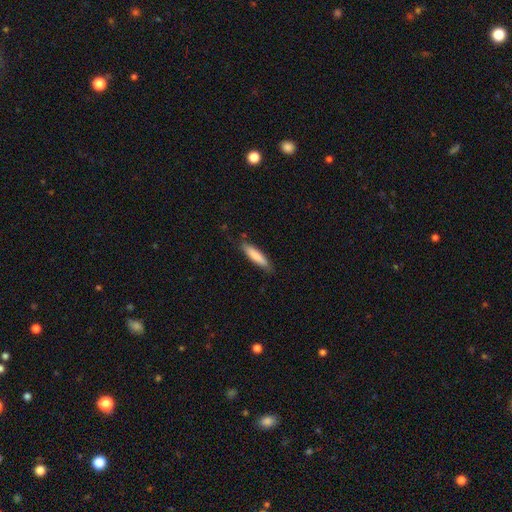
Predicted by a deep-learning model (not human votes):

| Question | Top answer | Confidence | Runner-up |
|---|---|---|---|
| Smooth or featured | smooth | 83% | featured or disk (11%) |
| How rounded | cigar-shaped | 78% | in between (21%) |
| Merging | none | 83% | minor disturbance (14%) |